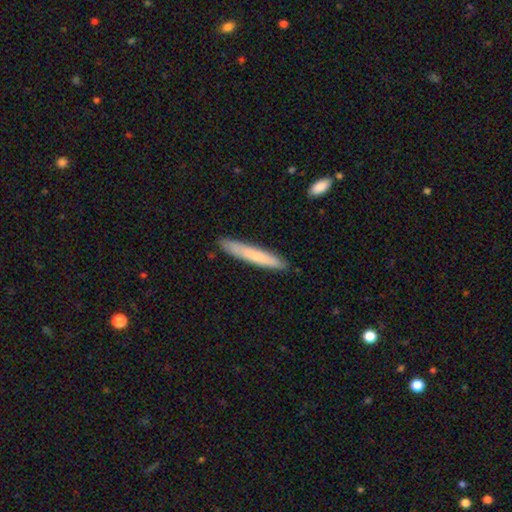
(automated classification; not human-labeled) Smooth or featured? Predicted: smooth (p=0.71). How rounded? Predicted: cigar-shaped (p=0.95). Merging? Predicted: none (p=0.87).